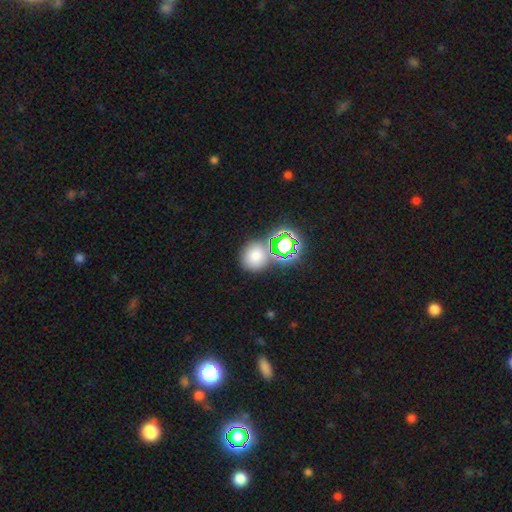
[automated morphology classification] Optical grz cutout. It shows a smooth galaxy with no disk features (67%) that is round (77%). Merging: none (71%).